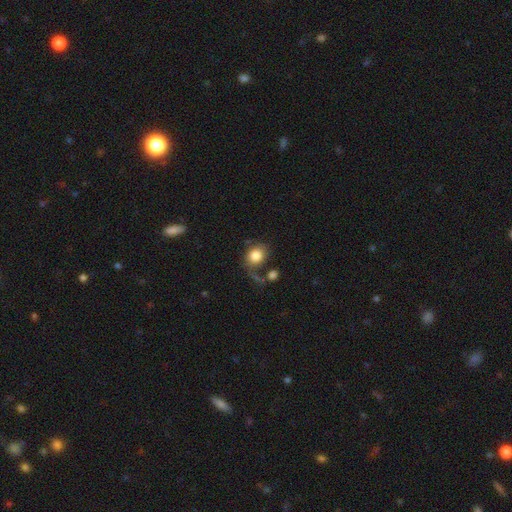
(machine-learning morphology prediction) Smooth or featured: smooth — 78% (featured or disk — 14%)
How rounded: round — 66% (in between — 33%)
Merging: none — 44% (major disturbance — 22%)